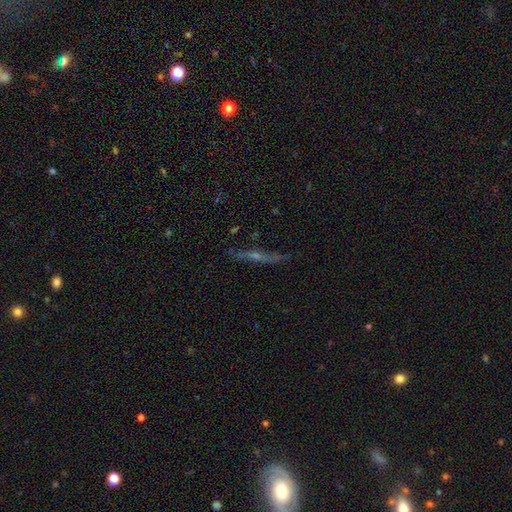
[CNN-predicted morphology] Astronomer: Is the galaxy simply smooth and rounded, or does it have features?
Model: featured or disk — 70%.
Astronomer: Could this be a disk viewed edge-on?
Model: yes — 91%.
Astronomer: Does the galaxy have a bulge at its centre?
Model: rounded — 73%.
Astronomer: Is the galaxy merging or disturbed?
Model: none — 79%.